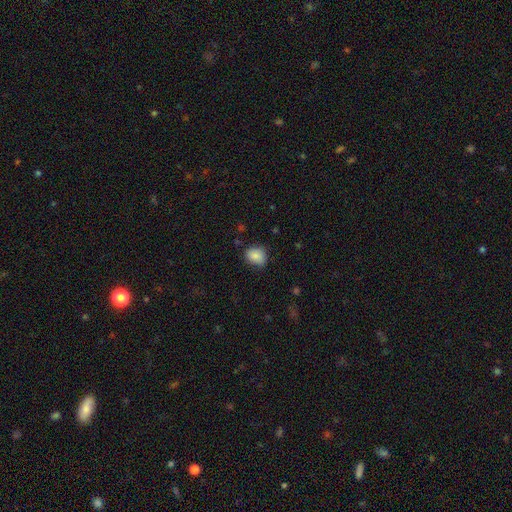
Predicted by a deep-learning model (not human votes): A smooth galaxy with no disk features (85%) that is round (52%).

Vote fractions:
- Smooth or featured? smooth: 85% / star or artifact: 9% / featured or disk: 6%
- How rounded? round: 52% / in between: 47% / cigar-shaped: 1%
- Merging? none: 72% / minor disturbance: 22% / major disturbance: 4% / merger: 2%